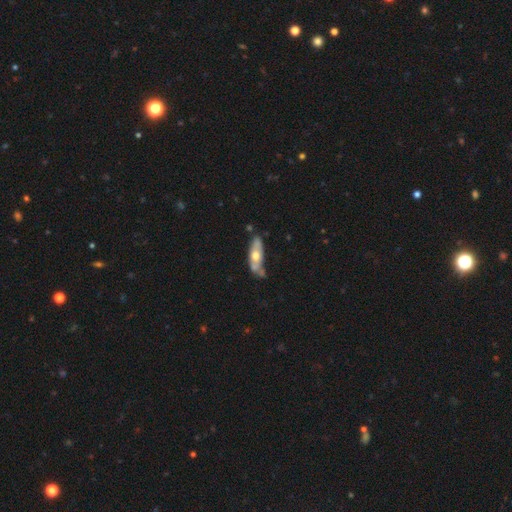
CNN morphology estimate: smooth_or_featured: featured or disk (p=0.47) [tied with: smooth p=0.47]
merging: none (p=0.51) [alt: minor disturbance p=0.29]